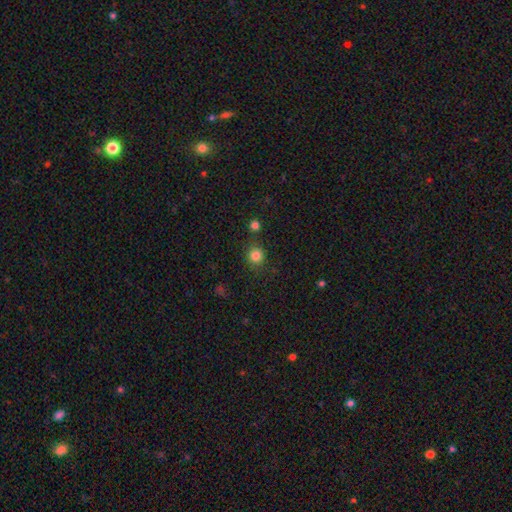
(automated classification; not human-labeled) smooth 83%, star or artifact 13%, featured or disk 5%. Down the decision tree: how rounded — round (90%); merging — none (84%).